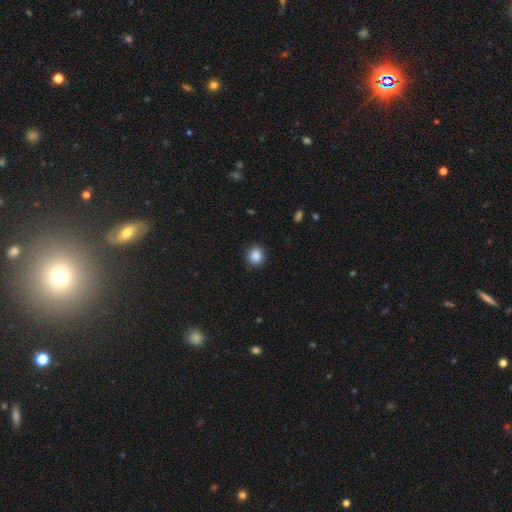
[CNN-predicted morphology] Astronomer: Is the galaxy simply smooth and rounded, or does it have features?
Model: smooth — 88%.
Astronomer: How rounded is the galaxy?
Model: round — 87%.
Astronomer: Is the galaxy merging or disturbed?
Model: none — 90%.